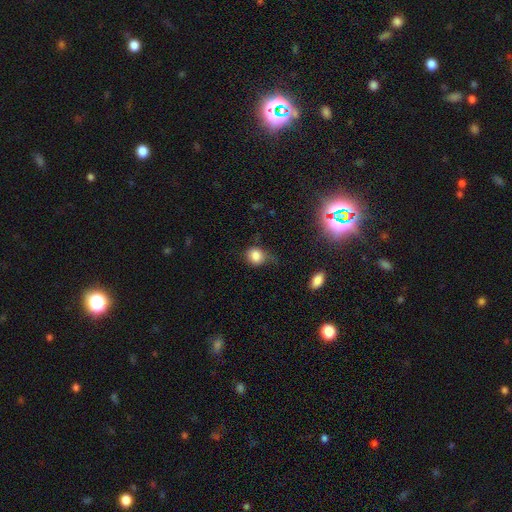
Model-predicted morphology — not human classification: Smooth or featured: smooth — 82% (star or artifact — 11%)
How rounded: round — 68% (in between — 30%)
Merging: none — 47% (minor disturbance — 34%)